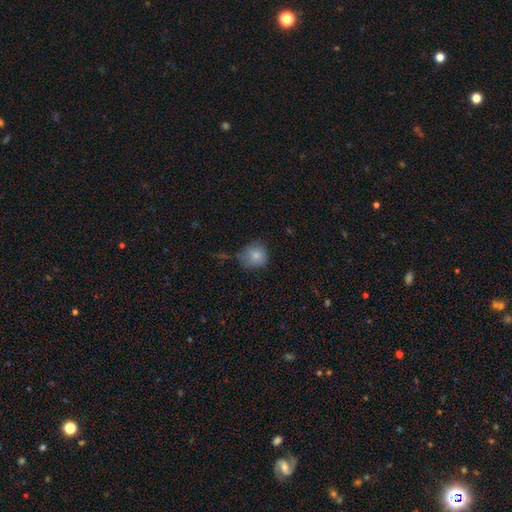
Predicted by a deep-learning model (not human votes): The model was most divided on "merging": none: 58%, minor disturbance: 30%, major disturbance: 9%, merger: 4%. More confident: how rounded — round (85%); smooth or featured — smooth (81%).